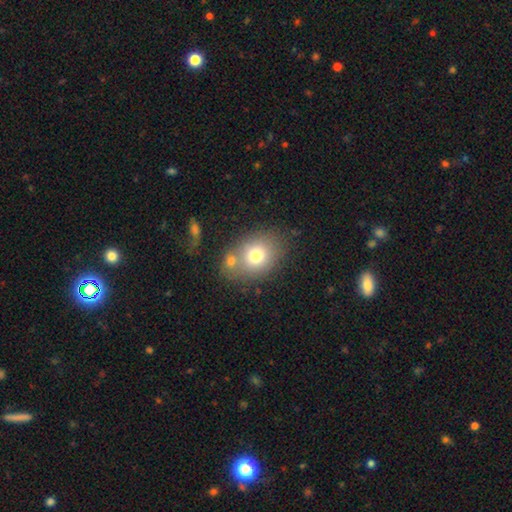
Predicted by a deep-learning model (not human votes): smooth_or_featured: smooth (p=0.73) [alt: featured or disk p=0.16]
how_rounded: in between (p=0.60) [alt: round p=0.39]
merging: none (p=0.57) [alt: merger p=0.23]